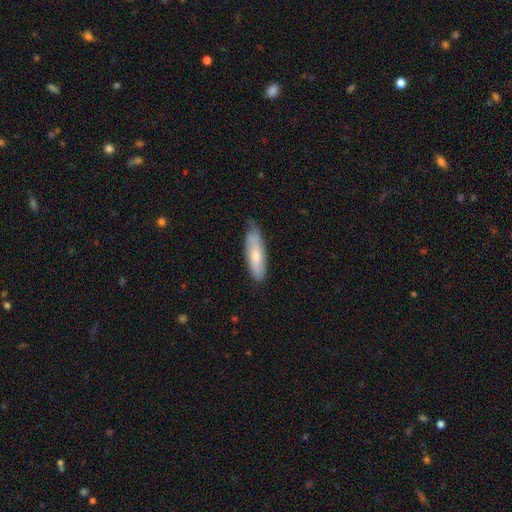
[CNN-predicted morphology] This is likely a smooth galaxy (65%). How rounded: possibly cigar-shaped (56%). Merging: likely none (67%).